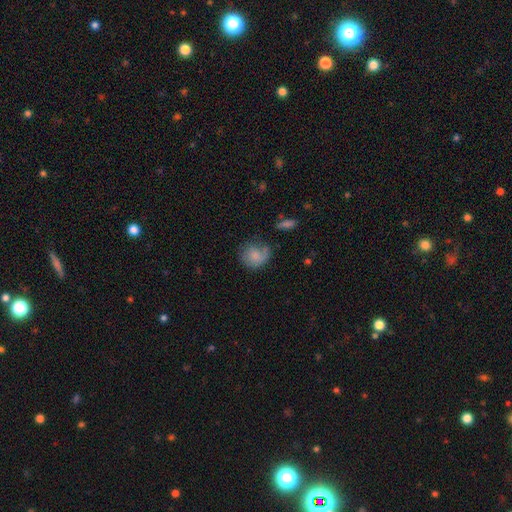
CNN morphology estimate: The model was most divided on "merging": none: 53%, minor disturbance: 25%, major disturbance: 18%, merger: 4%. More confident: how rounded — round (75%); smooth or featured — smooth (64%).